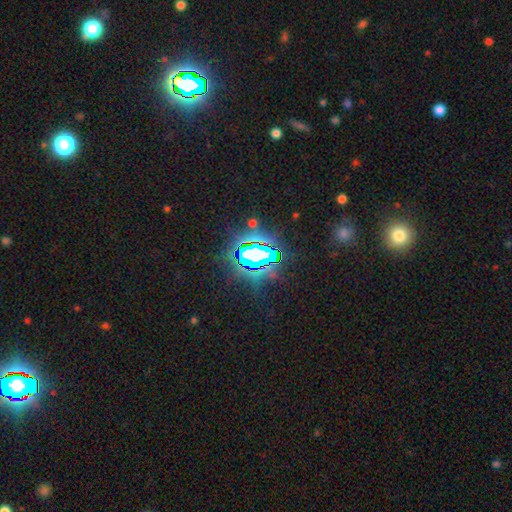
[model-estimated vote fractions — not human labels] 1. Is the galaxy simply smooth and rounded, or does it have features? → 76% star or artifact, 13% smooth, 10% featured or disk.